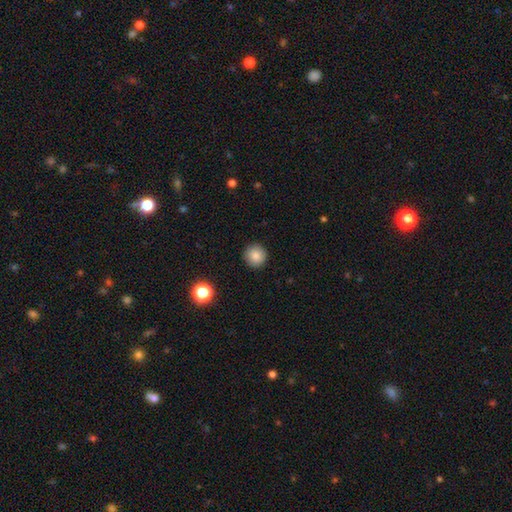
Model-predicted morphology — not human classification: A smooth galaxy with no disk features (84%) that is round (94%). Merging: none (91%).